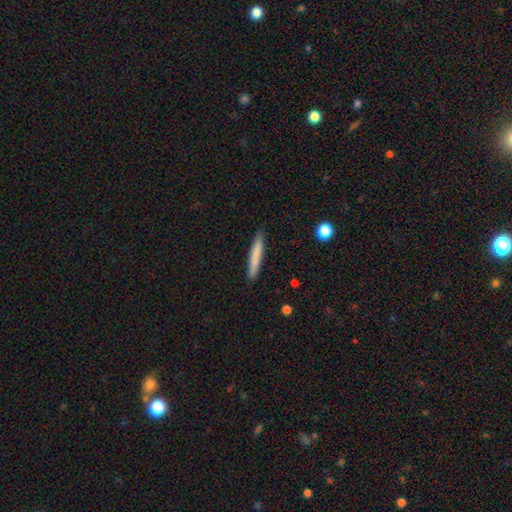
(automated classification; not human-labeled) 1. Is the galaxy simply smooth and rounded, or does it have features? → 78% smooth, 16% featured or disk, 6% star or artifact.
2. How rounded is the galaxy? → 95% cigar-shaped, 4% in between, 1% round.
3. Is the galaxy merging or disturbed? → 90% none, 7% minor disturbance, 1% major disturbance, 1% merger.